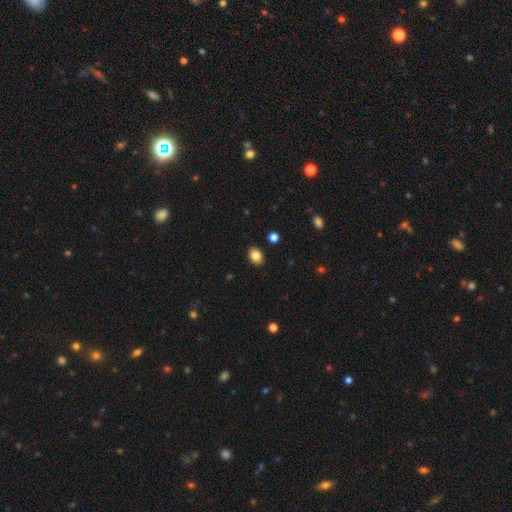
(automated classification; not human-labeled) This is clearly a smooth galaxy (84%). How rounded: likely in between (77%). Merging: clearly none (89%).